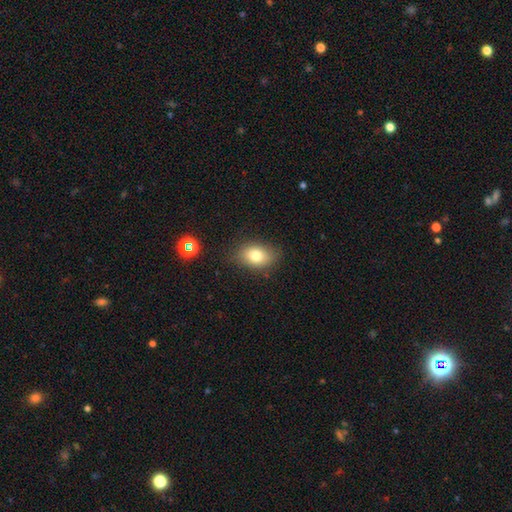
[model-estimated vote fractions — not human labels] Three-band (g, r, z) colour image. It shows a smooth galaxy with no disk features (79%) that is in between round and cigar-shaped (80%). Merging: none (80%).